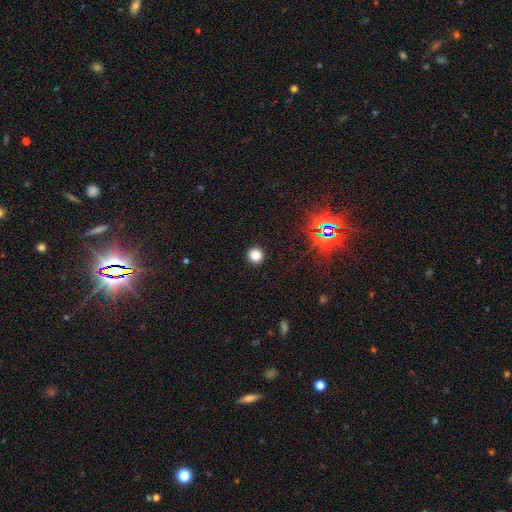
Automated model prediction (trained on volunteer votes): smooth-or-featured: smooth: 81% | star or artifact: 15% | featured or disk: 4%
  how-rounded: round: 95% | in between: 4% | cigar-shaped: 1%
  merging: none: 93% | minor disturbance: 4% | major disturbance: 2% | merger: 1%